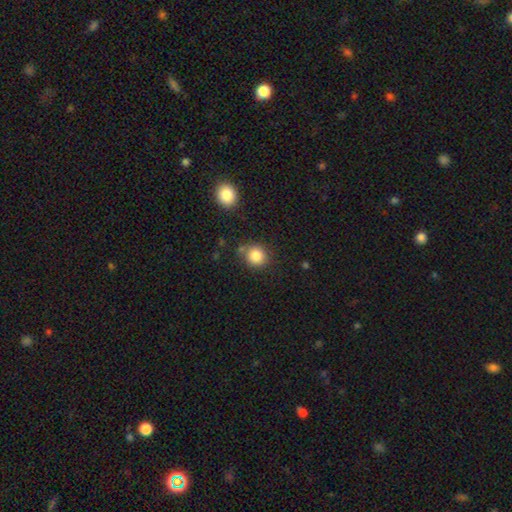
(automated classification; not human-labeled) smooth 85%, star or artifact 10%, featured or disk 5%. Down the decision tree: how rounded — round (87%); merging — none (75%).